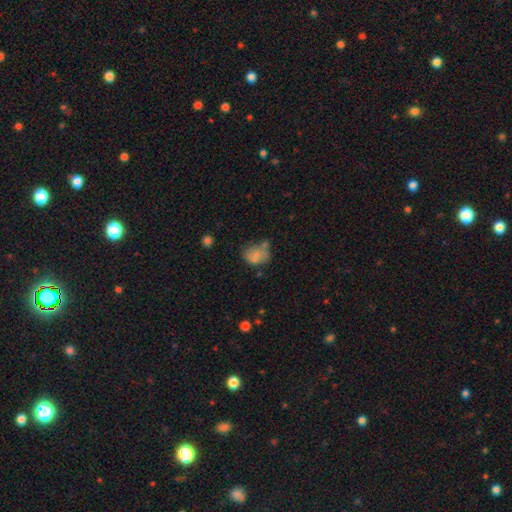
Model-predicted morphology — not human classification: smooth_or_featured: smooth (p=0.67) [alt: featured or disk p=0.21]
how_rounded: in between (p=0.50) [alt: round p=0.49]
merging: none (p=0.38) [alt: minor disturbance p=0.24]